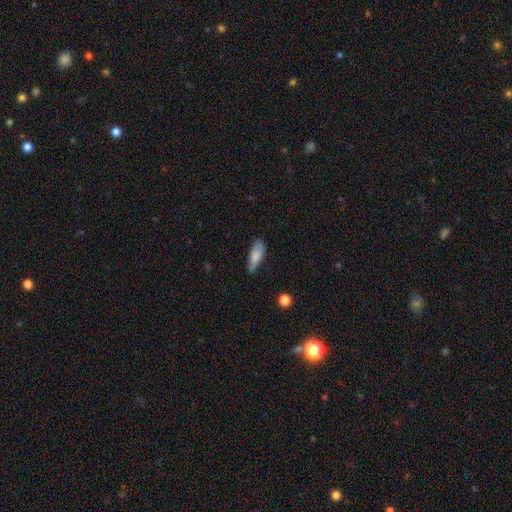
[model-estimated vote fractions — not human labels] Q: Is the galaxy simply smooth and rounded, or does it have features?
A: smooth — 81%.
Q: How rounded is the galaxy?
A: in between — 67%.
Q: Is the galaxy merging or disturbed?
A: none — 61%.